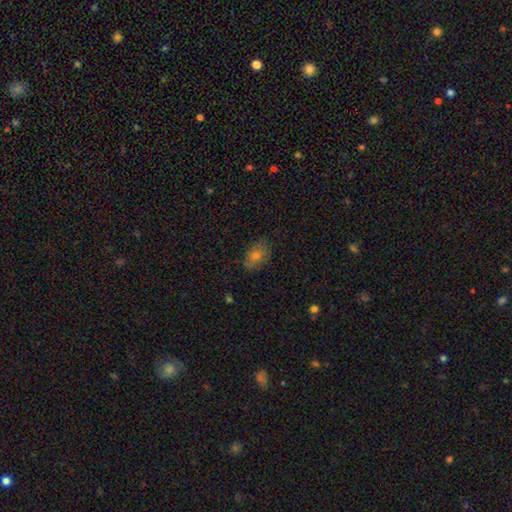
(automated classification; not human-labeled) Smooth or featured? smooth (66%)
How rounded? in between (73%)
Merging? none (78%)